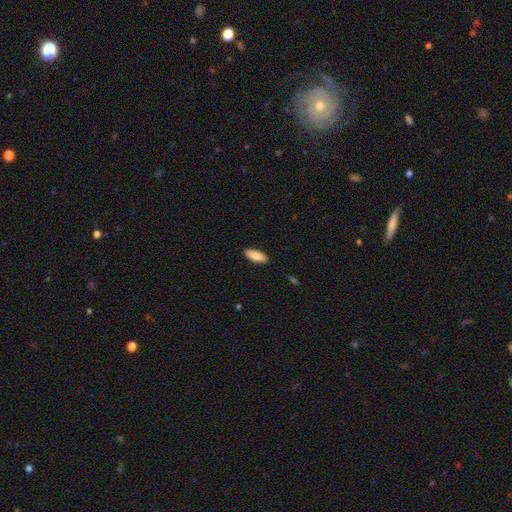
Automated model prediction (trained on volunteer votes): smooth_or_featured: smooth (p=0.86) [alt: featured or disk p=0.09]
how_rounded: in between (p=0.78) [alt: cigar-shaped p=0.21]
merging: none (p=0.90) [alt: minor disturbance p=0.07]